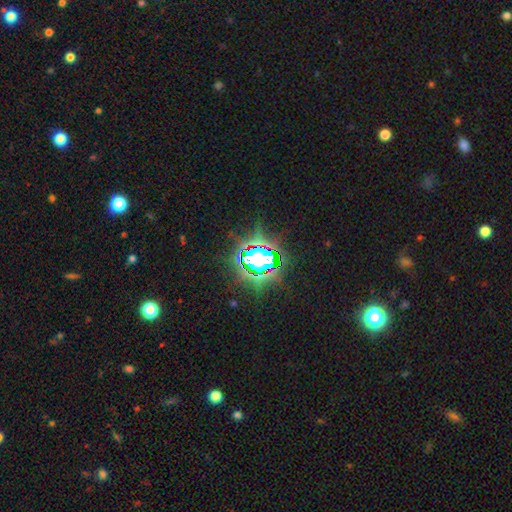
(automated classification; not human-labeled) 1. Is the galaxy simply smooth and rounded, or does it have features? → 77% star or artifact, 13% smooth, 10% featured or disk.